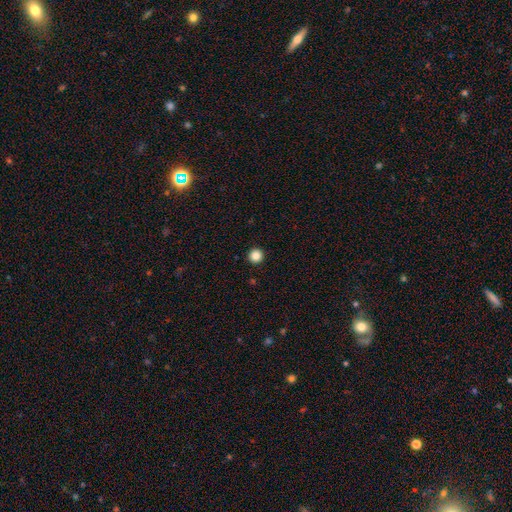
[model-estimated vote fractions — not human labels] smooth 85%, star or artifact 11%, featured or disk 4%. Down the decision tree: how rounded — round (96%); merging — none (94%).